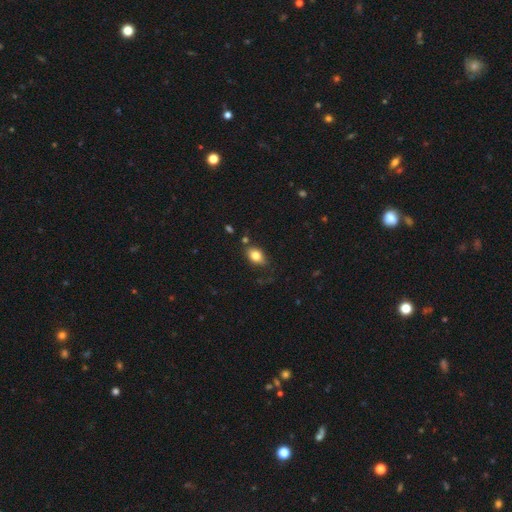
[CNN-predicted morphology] Overall: smooth (81%). How rounded: in between (82%). Merging: none (74%).